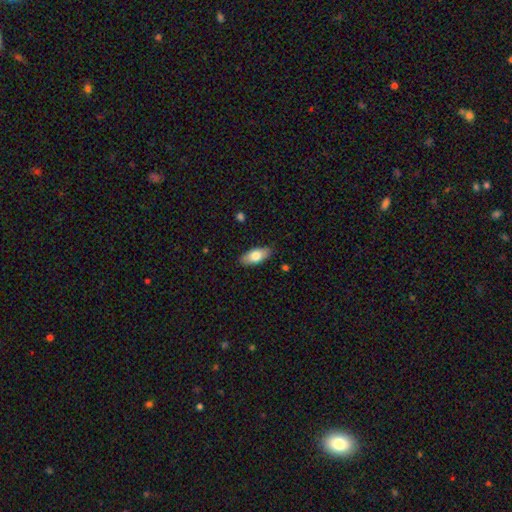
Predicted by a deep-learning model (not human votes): A smooth galaxy with no disk features (77%) that is in between round and cigar-shaped (87%).

Vote fractions:
- Smooth or featured? smooth: 77% / featured or disk: 17% / star or artifact: 6%
- How rounded? in between: 87% / cigar-shaped: 11% / round: 3%
- Merging? none: 87% / minor disturbance: 11% / major disturbance: 2% / merger: 1%